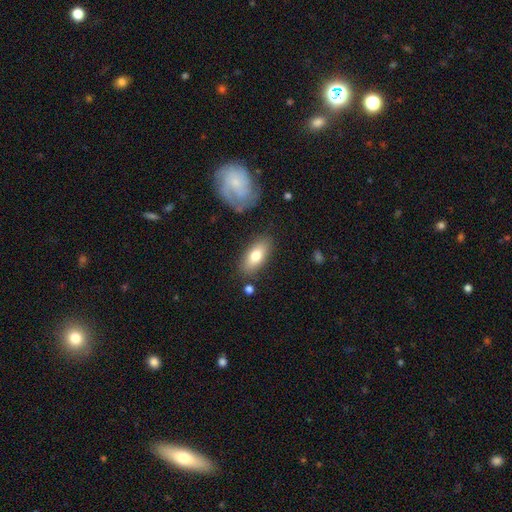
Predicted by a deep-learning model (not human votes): Morphology: type=smooth (73%); roundness=in between (83%); merging=none (81%).